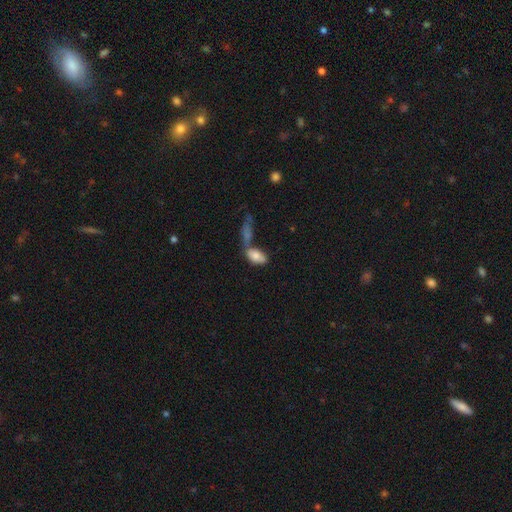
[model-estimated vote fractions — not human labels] Smooth or featured?
  - smooth: 79% *
  - featured or disk: 14%
  - star or artifact: 7%
How rounded?
  - in between: 91% *
  - cigar-shaped: 5%
  - round: 4%
Merging?
  - merger: 47% *
  - none: 32%
  - minor disturbance: 13%
  - major disturbance: 8%